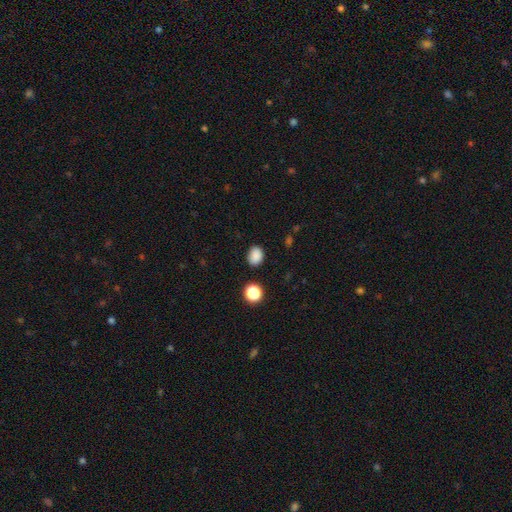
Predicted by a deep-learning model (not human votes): Smooth or featured? Predicted: smooth (p=0.86). How rounded? Predicted: in between (p=0.64). Merging? Predicted: none (p=0.85).